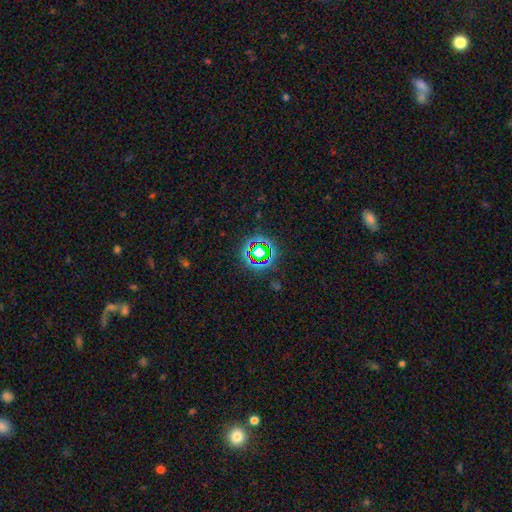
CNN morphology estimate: star or artifact 73%, smooth 17%, featured or disk 11%.